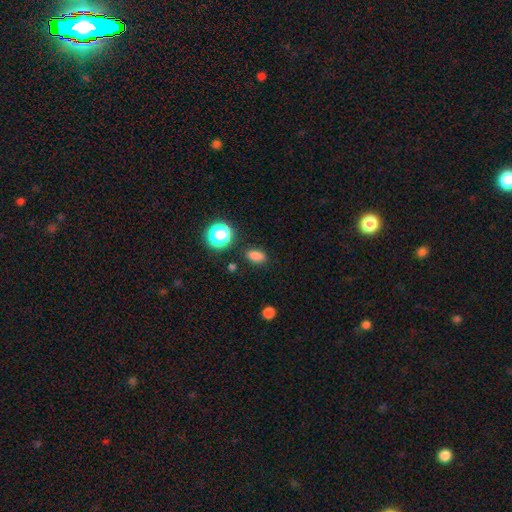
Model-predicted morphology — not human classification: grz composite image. It shows a smooth galaxy with no disk features (81%) that is in between round and cigar-shaped (79%). Merging: none (85%).